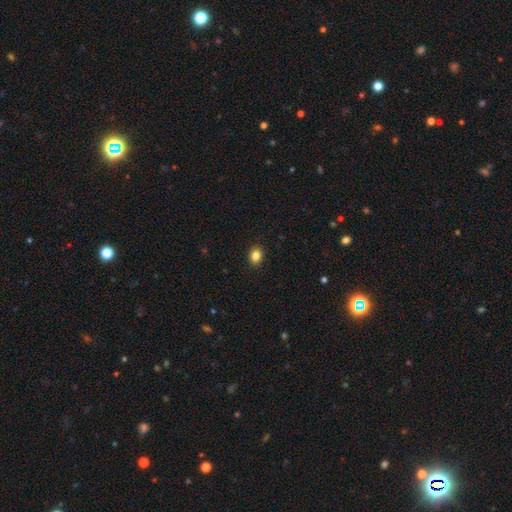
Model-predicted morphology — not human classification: Smooth or featured? smooth (85%)
How rounded? round (52%)
Merging? none (91%)